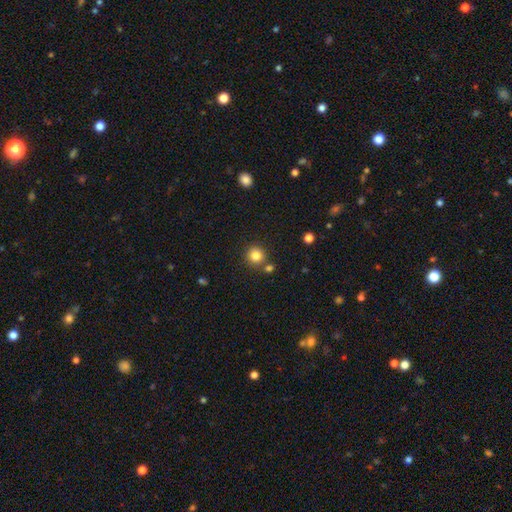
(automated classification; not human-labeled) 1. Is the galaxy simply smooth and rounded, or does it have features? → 83% smooth, 11% star or artifact, 6% featured or disk.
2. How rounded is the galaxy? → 93% round, 6% in between, 1% cigar-shaped.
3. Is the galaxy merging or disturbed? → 81% none, 9% merger, 7% minor disturbance, 2% major disturbance.